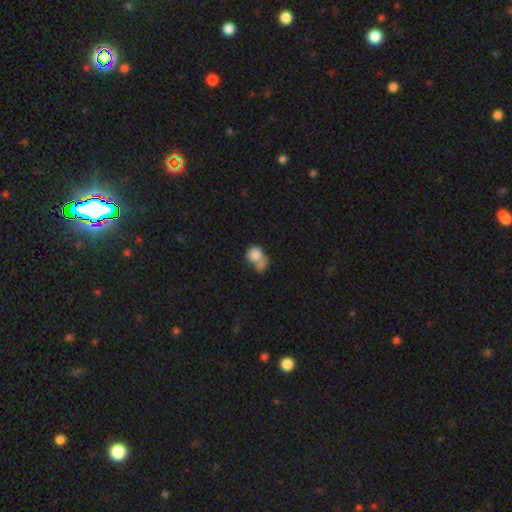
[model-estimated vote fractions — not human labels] A smooth galaxy with no disk features (79%) that is round (58%).

Vote fractions:
- Smooth or featured? smooth: 79% / featured or disk: 11% / star or artifact: 9%
- How rounded? round: 58% / in between: 41% / cigar-shaped: 1%
- Merging? merger: 51% / none: 24% / minor disturbance: 13% / major disturbance: 12%